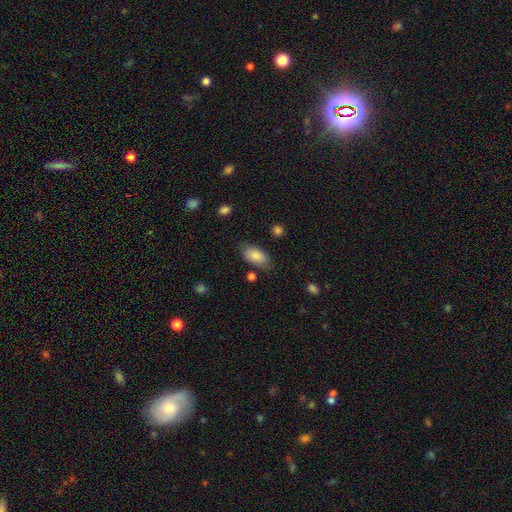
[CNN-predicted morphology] A smooth galaxy with no disk features (84%) that is in between round and cigar-shaped (93%).

Vote fractions:
- Smooth or featured? smooth: 84% / featured or disk: 9% / star or artifact: 7%
- How rounded? in between: 93% / cigar-shaped: 4% / round: 3%
- Merging? none: 77% / minor disturbance: 16% / major disturbance: 4% / merger: 3%